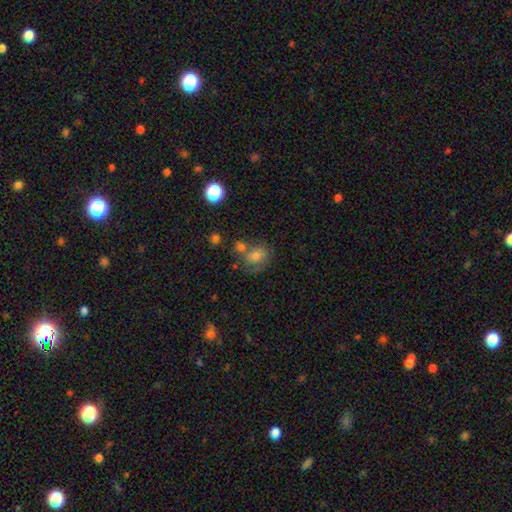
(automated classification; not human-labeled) smooth_or_featured: smooth (p=0.63) [alt: featured or disk p=0.22]
how_rounded: round (p=0.53) [alt: in between p=0.45]
merging: none (p=0.47) [alt: merger p=0.27]